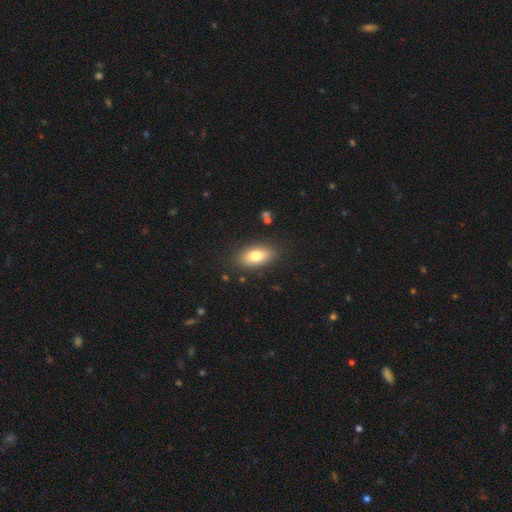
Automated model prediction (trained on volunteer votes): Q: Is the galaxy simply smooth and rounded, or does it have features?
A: smooth — 77%.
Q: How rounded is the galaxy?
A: in between — 88%.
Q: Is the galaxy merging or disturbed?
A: none — 85%.